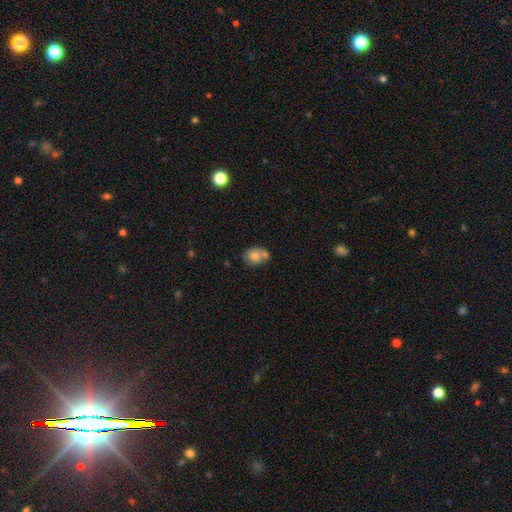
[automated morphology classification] Smooth or featured?
  - smooth: 71% *
  - featured or disk: 20%
  - star or artifact: 9%
How rounded?
  - in between: 54% *
  - round: 44%
  - cigar-shaped: 1%
Merging?
  - none: 42% *
  - merger: 33%
  - minor disturbance: 19%
  - major disturbance: 7%